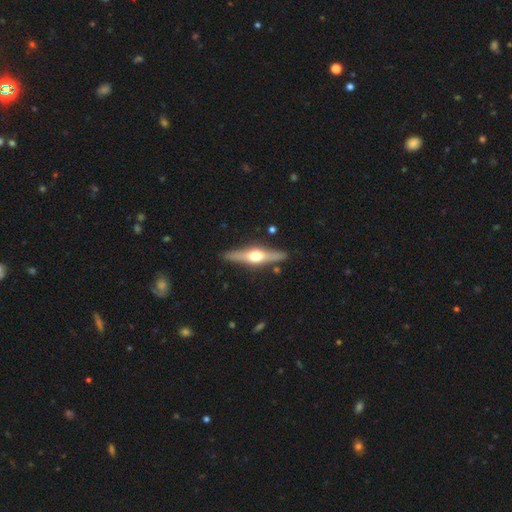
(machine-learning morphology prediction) type=featured or disk (69%); edge-on=yes (96%); edge-on bulge=rounded (95%); merging=none (88%).